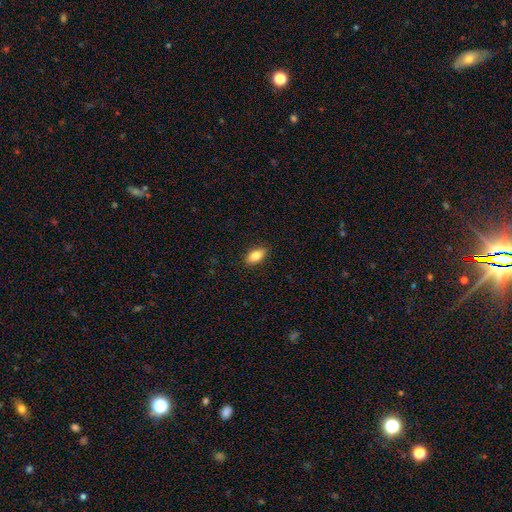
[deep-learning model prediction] smooth_or_featured: smooth (p=0.83) [alt: featured or disk p=0.09]
how_rounded: in between (p=0.87) [alt: cigar-shaped p=0.08]
merging: none (p=0.88) [alt: minor disturbance p=0.09]